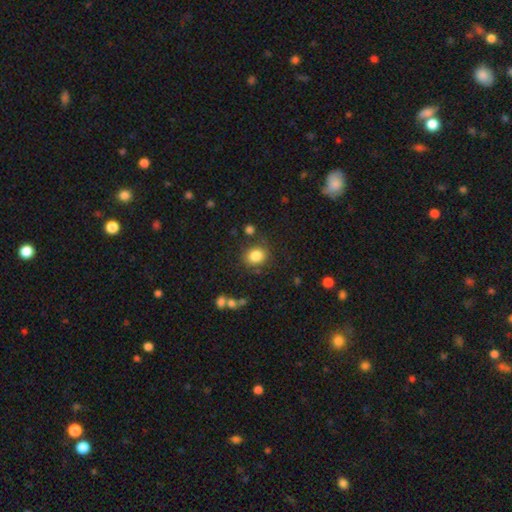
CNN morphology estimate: A smooth galaxy with no disk features (83%) that is round (64%).

Vote fractions:
- Smooth or featured? smooth: 83% / star or artifact: 10% / featured or disk: 6%
- How rounded? round: 64% / in between: 36% / cigar-shaped: 1%
- Merging? none: 80% / minor disturbance: 12% / merger: 4% / major disturbance: 4%